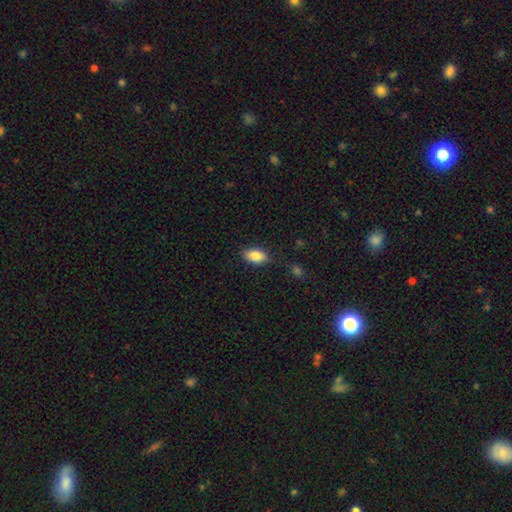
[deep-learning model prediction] A smooth galaxy with no disk features (83%) that is in between round and cigar-shaped (90%).

Vote fractions:
- Smooth or featured? smooth: 83% / featured or disk: 9% / star or artifact: 8%
- How rounded? in between: 90% / round: 7% / cigar-shaped: 3%
- Merging? none: 82% / minor disturbance: 13% / major disturbance: 3% / merger: 2%